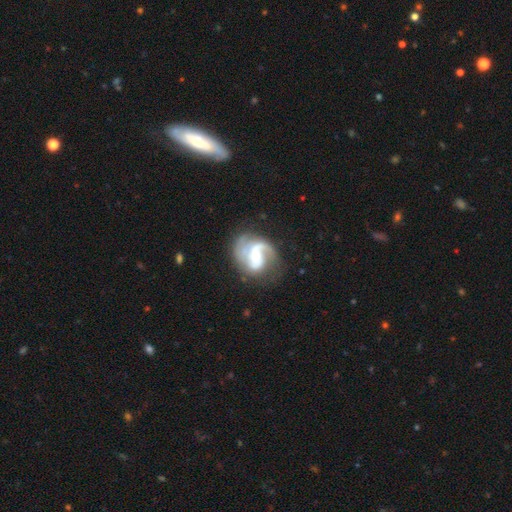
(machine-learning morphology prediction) smooth-or-featured: featured or disk: 84% | smooth: 10% | star or artifact: 6%
  disk-edge-on: no: 98% | yes: 2%
    bar: weak: 42% | no: 40% | strong: 17%
    has-spiral-arms: yes: 95% | no: 5%
      spiral-winding: medium: 47% | loose: 32% | tight: 20%
      spiral-arm-count: 2: 66% | 1: 13% | can't tell: 9% | 3: 8% | 4: 2% | more than 4: 2%
    bulge-size: moderate: 48% | small: 46% | large: 3% | none: 2% | dominant: 1%
  merging: none: 60% | minor disturbance: 21% | major disturbance: 17% | merger: 3%